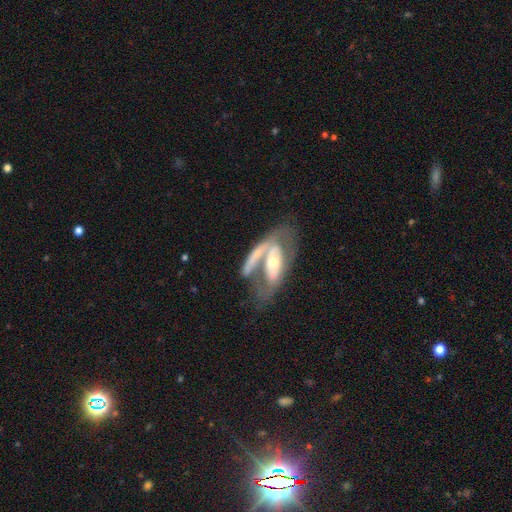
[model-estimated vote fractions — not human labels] This appears to be a featured or disk galaxy (67%) with no bar (62%), no spiral arms (52%) and a moderate central bulge (61%). Merging: merger (42%).